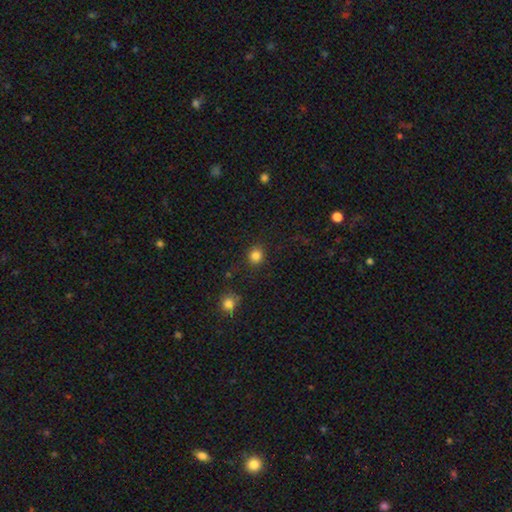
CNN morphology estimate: A smooth galaxy with no disk features (84%) that is round (88%).

Vote fractions:
- Smooth or featured? smooth: 84% / star or artifact: 12% / featured or disk: 4%
- How rounded? round: 88% / in between: 11% / cigar-shaped: 1%
- Merging? none: 88% / minor disturbance: 7% / major disturbance: 3% / merger: 2%